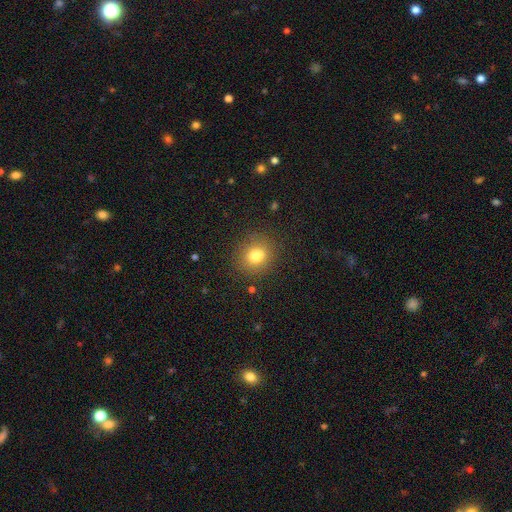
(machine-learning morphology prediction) A smooth galaxy with no disk features (77%) that is round (70%). Merging: none (83%).